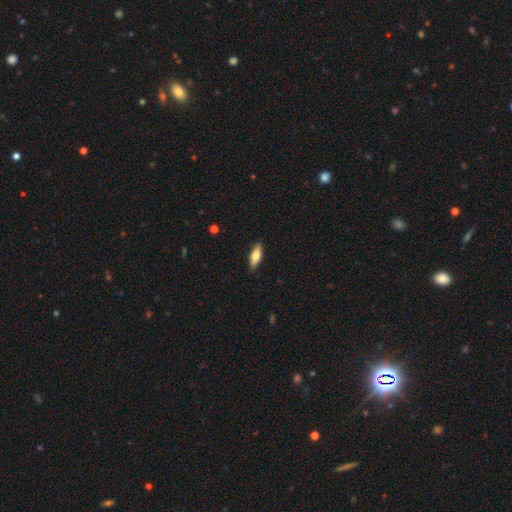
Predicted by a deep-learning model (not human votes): This appears to be a smooth galaxy with no disk features (69%) that is in between round and cigar-shaped (66%). Merging: none (89%).